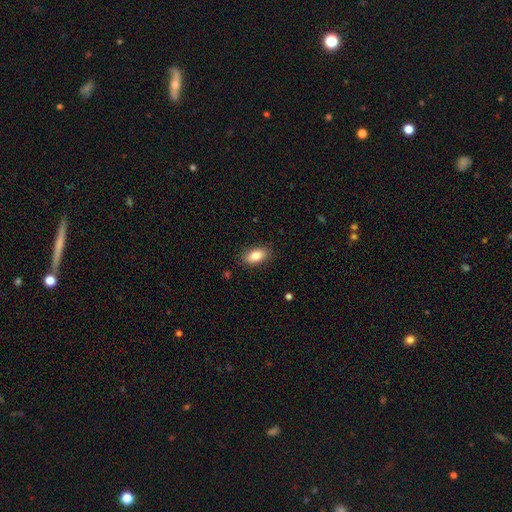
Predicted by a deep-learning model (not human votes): A smooth galaxy with no disk features (84%) that is in between round and cigar-shaped (91%). Merging: none (86%).